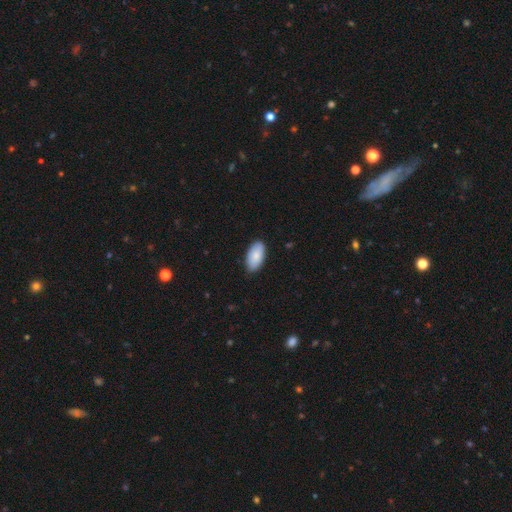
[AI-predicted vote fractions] The model was most divided on "merging": none: 85%, minor disturbance: 12%, major disturbance: 2%, merger: 1%. More confident: how rounded — in between (95%); smooth or featured — smooth (86%).